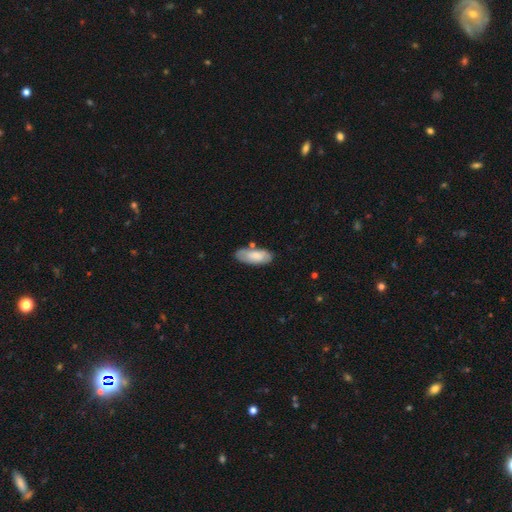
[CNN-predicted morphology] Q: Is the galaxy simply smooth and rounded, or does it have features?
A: smooth — 75%.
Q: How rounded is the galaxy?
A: in between — 84%.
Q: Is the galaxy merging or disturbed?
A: none — 68%.